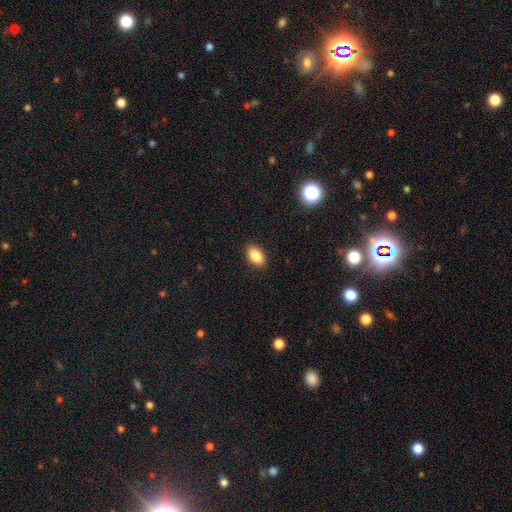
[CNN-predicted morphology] A smooth galaxy with no disk features (87%) that is in between round and cigar-shaped (91%).

Vote fractions:
- Smooth or featured? smooth: 87% / star or artifact: 8% / featured or disk: 5%
- How rounded? in between: 91% / round: 7% / cigar-shaped: 2%
- Merging? none: 89% / minor disturbance: 8% / major disturbance: 2% / merger: 1%